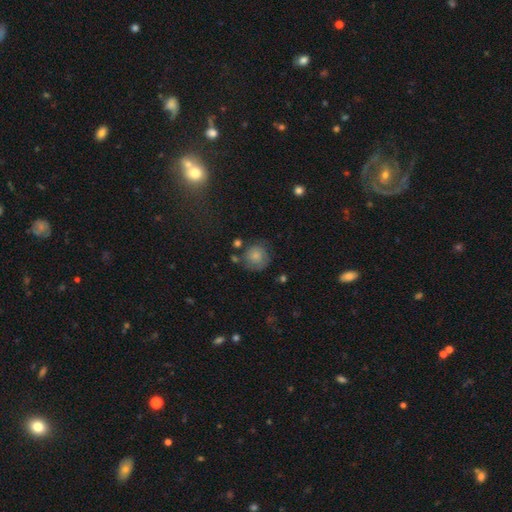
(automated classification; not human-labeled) Q: Smooth or featured?
A: smooth (68%); runner-up: featured or disk (22%)
Q: How rounded?
A: round (88%); runner-up: in between (11%)
Q: Merging?
A: none (62%); runner-up: minor disturbance (23%)